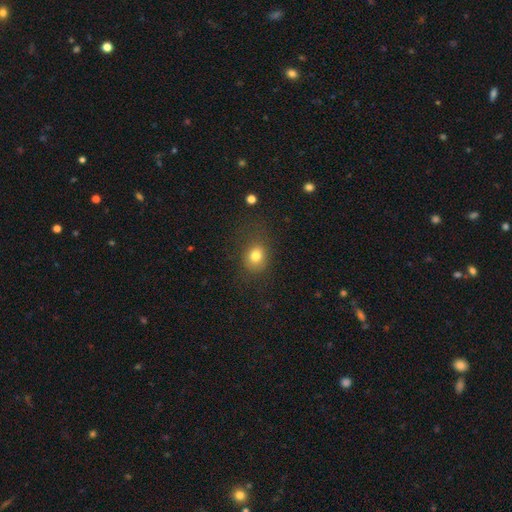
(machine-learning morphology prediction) This is likely a smooth galaxy (78%). How rounded: likely round (60%). Merging: likely none (70%).